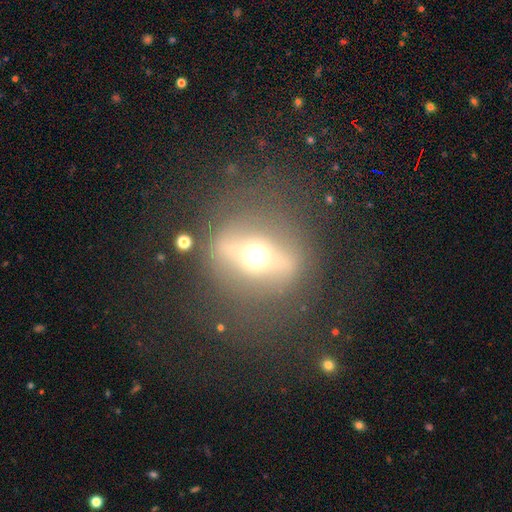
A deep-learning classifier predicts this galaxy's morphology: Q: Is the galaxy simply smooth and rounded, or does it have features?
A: featured or disk — 65%.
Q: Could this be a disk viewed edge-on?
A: yes — 54%.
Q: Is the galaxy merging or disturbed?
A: none — 77%.